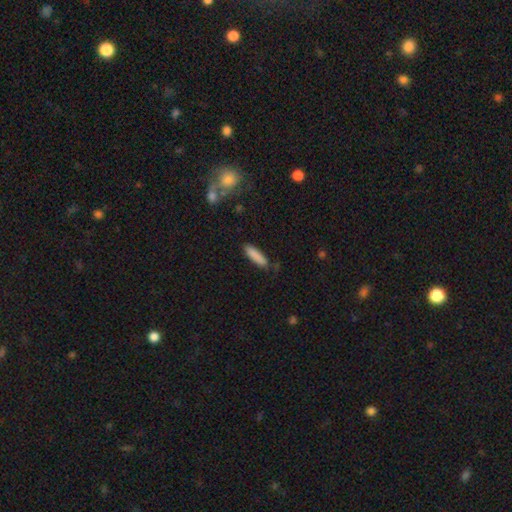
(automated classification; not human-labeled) Q: Smooth or featured?
A: smooth (87%); runner-up: featured or disk (7%)
Q: How rounded?
A: cigar-shaped (74%); runner-up: in between (24%)
Q: Merging?
A: none (84%); runner-up: minor disturbance (12%)